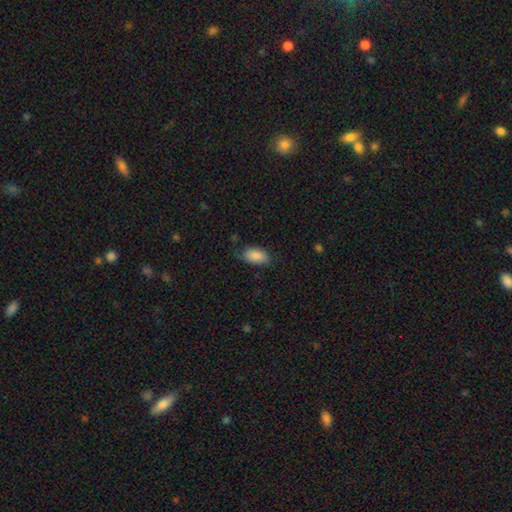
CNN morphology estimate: smooth_or_featured: smooth (p=0.87) [alt: star or artifact p=0.07]
how_rounded: in between (p=0.93) [alt: round p=0.04]
merging: none (p=0.71) [alt: minor disturbance p=0.23]